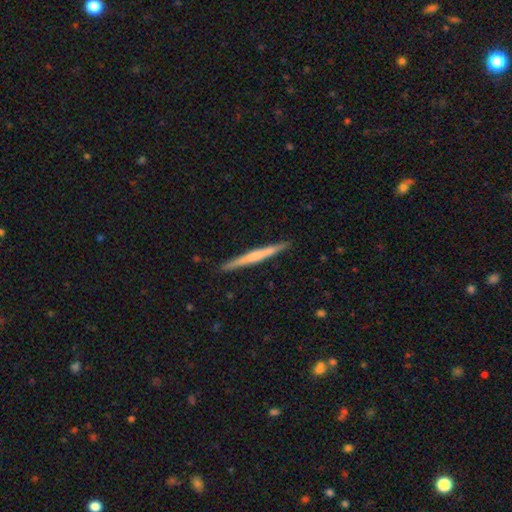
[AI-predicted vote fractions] The model was most divided on "smooth or featured": featured or disk: 54%, smooth: 41%, star or artifact: 5%. More confident: edge-on disk — yes (98%); merging — none (91%); edge-on bulge — none (58%).